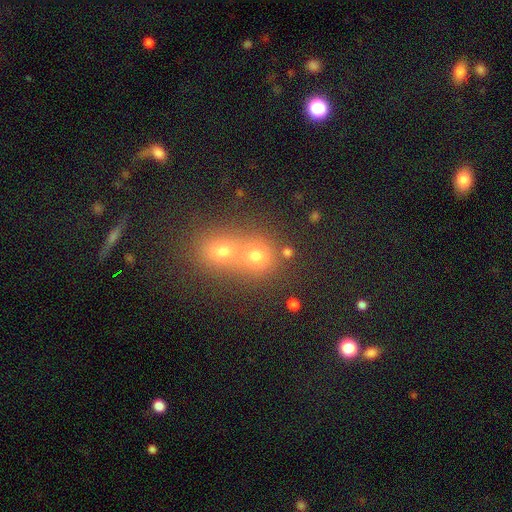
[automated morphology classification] Smooth or featured?
  - smooth: 72% *
  - star or artifact: 18%
  - featured or disk: 10%
How rounded?
  - round: 77% *
  - in between: 22%
  - cigar-shaped: 1%
Merging?
  - merger: 53% *
  - none: 38%
  - minor disturbance: 6%
  - major disturbance: 3%